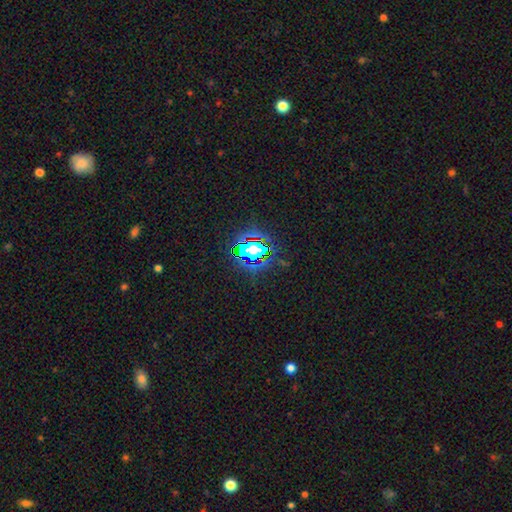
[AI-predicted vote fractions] This is likely a star or artifact rather than a galaxy (79%).